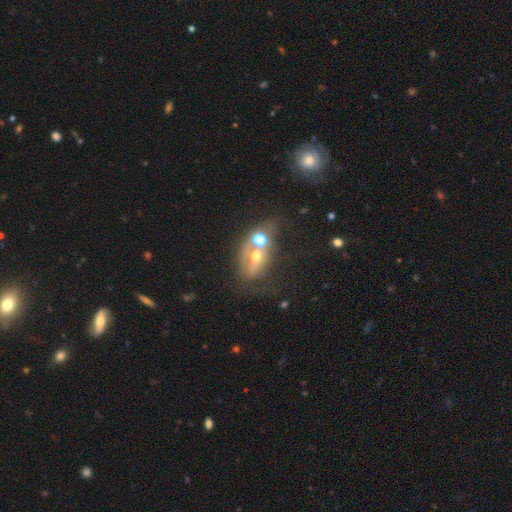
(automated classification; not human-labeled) Smooth or featured: featured or disk — 46% (smooth — 37%)
Merging: merger — 41% (none — 29%)